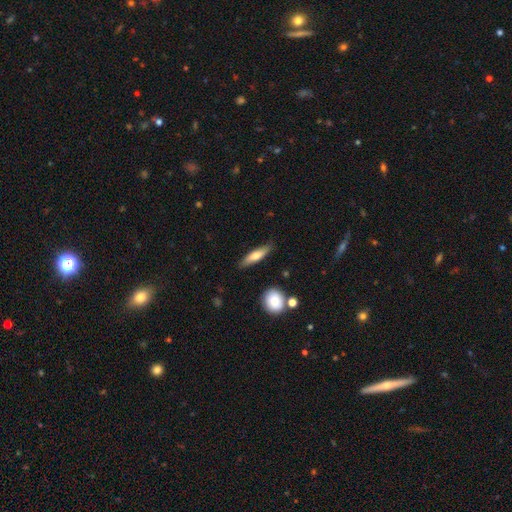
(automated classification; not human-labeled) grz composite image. It shows a smooth galaxy with no disk features (64%) that is cigar-shaped (65%). Merging: none (80%).